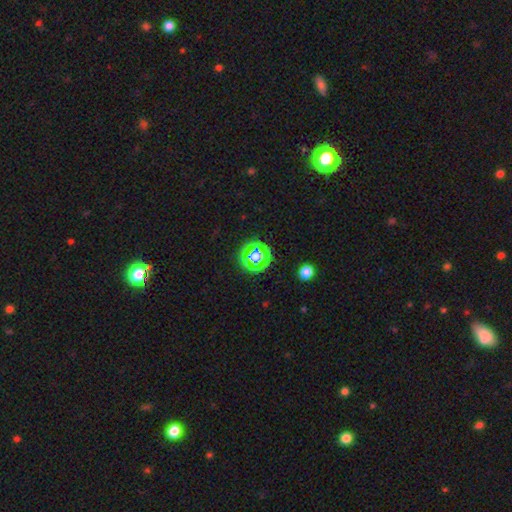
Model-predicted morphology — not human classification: This appears to be a star or artifact, not a galaxy (59%).